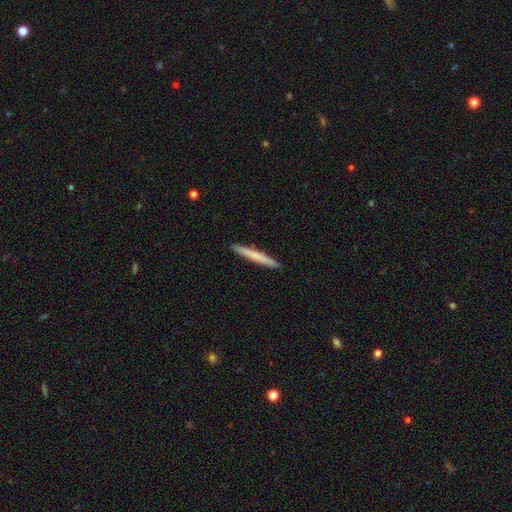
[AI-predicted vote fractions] Smooth or featured? Predicted: smooth (p=0.68). How rounded? Predicted: cigar-shaped (p=0.97). Merging? Predicted: none (p=0.93).